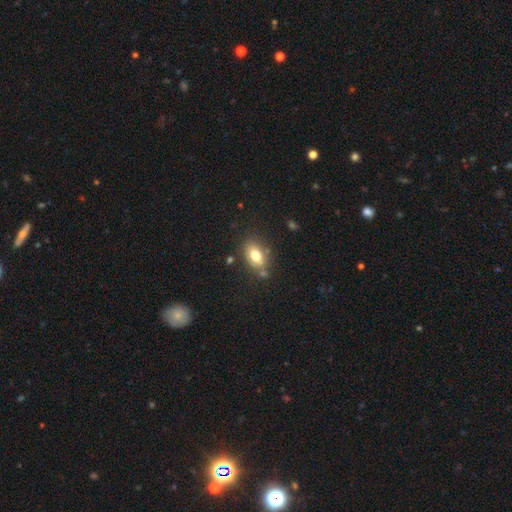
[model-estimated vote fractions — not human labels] A smooth galaxy with no disk features (77%) that is in between round and cigar-shaped (86%). Merging: none (75%).